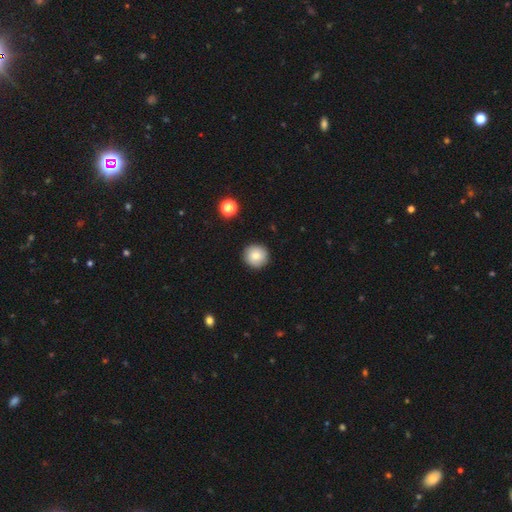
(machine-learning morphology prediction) Smooth or featured: smooth — 82% (featured or disk — 9%)
How rounded: round — 95% (in between — 4%)
Merging: none — 91% (minor disturbance — 6%)